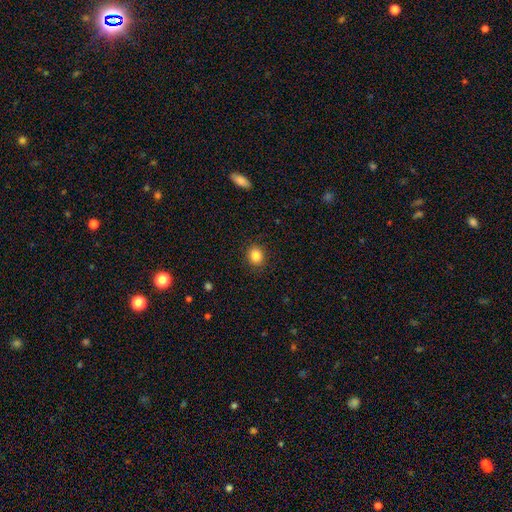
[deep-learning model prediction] A smooth galaxy with no disk features (85%) that is round (70%). Merging: none (89%).